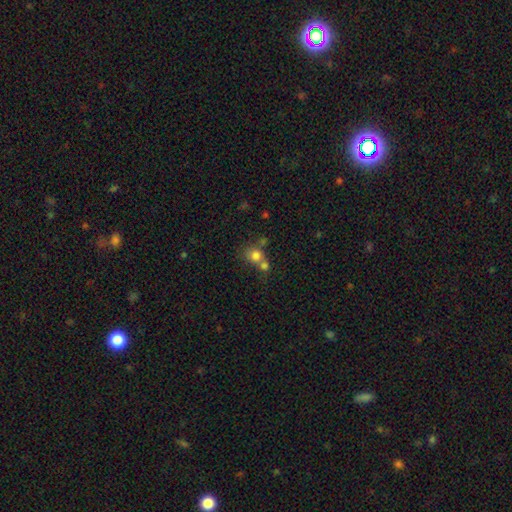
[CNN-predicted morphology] smooth 77%, star or artifact 12%, featured or disk 11%. Down the decision tree: how rounded — round (80%); merging — merger (49%).